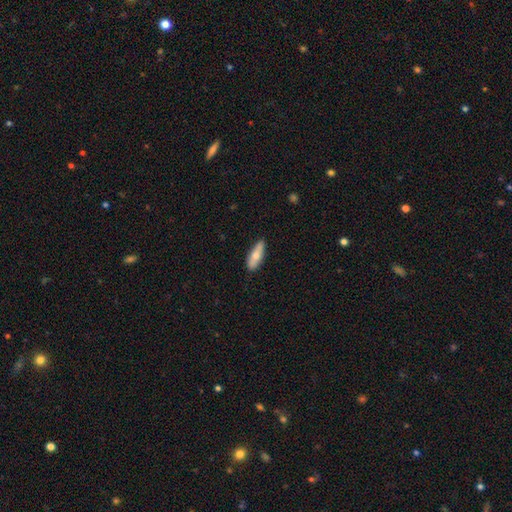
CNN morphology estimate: Q: Smooth or featured?
A: smooth (64%); runner-up: featured or disk (31%)
Q: How rounded?
A: in between (54%); runner-up: cigar-shaped (43%)
Q: Merging?
A: none (84%); runner-up: minor disturbance (13%)